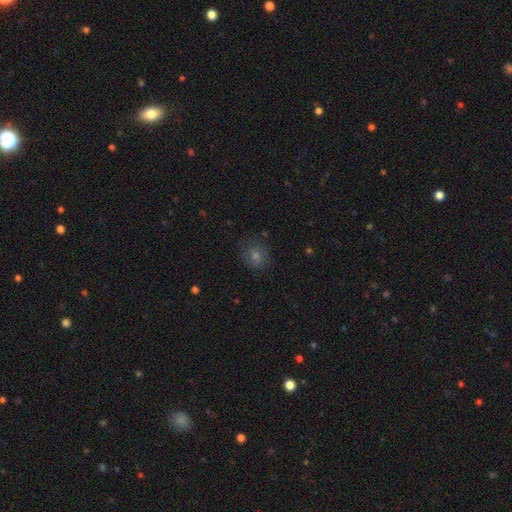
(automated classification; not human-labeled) Overall: smooth (59%; star or artifact 25%). How rounded: round (75%). Merging: none (80%).